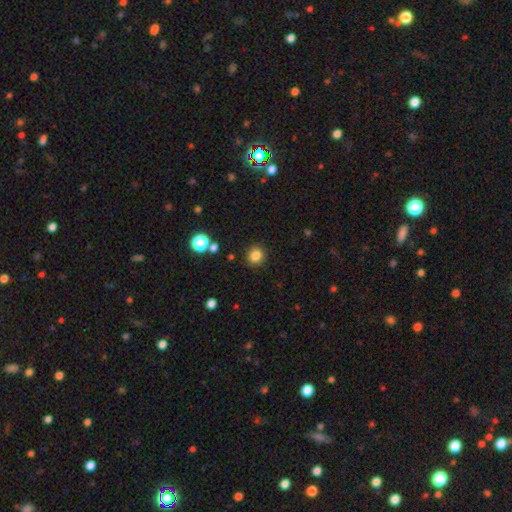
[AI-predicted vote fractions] A smooth galaxy with no disk features (83%) that is round (87%).

Vote fractions:
- Smooth or featured? smooth: 83% / star or artifact: 12% / featured or disk: 5%
- How rounded? round: 87% / in between: 12% / cigar-shaped: 1%
- Merging? none: 89% / minor disturbance: 7% / major disturbance: 2% / merger: 2%